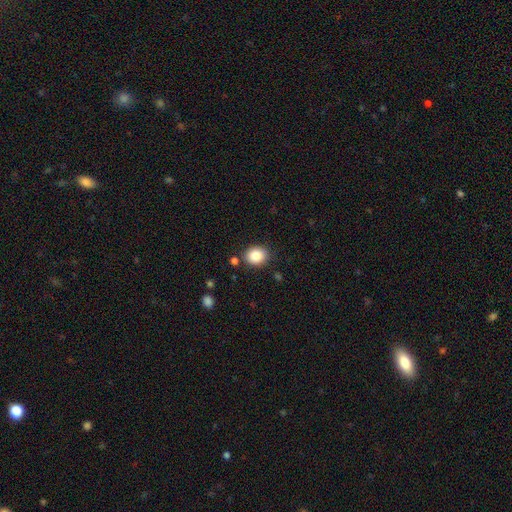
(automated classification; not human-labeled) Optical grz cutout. It shows a smooth galaxy with no disk features (86%) that is round (65%). Merging: none (84%).